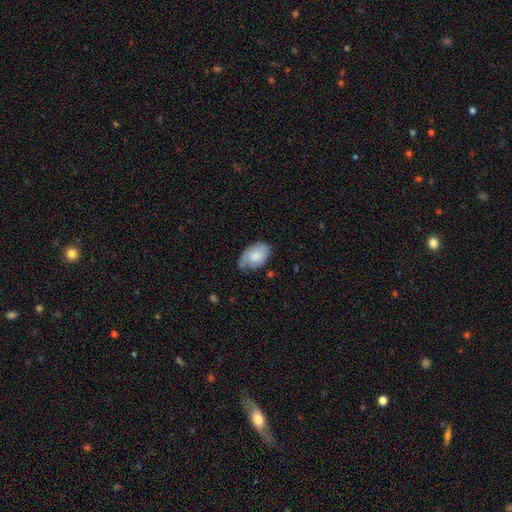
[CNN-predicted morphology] type=smooth (70%); roundness=in between (91%); merging=none (55%).